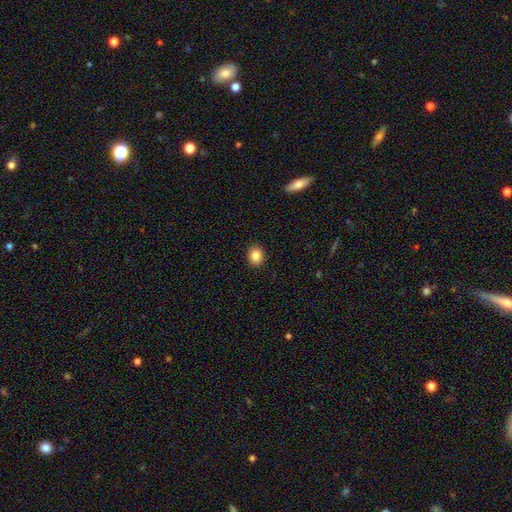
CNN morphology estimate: Q: Smooth or featured?
A: smooth (85%); runner-up: star or artifact (9%)
Q: How rounded?
A: round (62%); runner-up: in between (37%)
Q: Merging?
A: none (92%); runner-up: minor disturbance (6%)